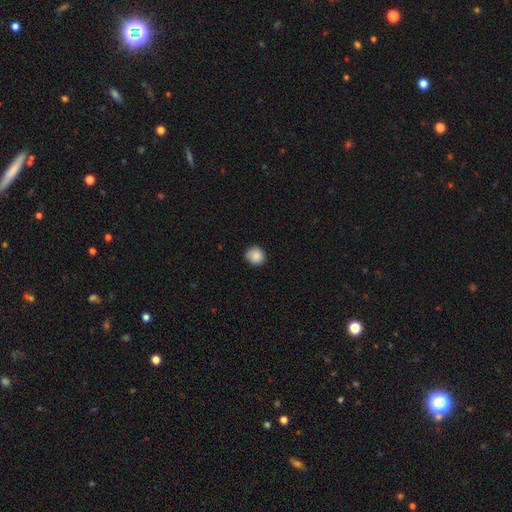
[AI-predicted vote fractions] A smooth galaxy with no disk features (87%) that is round (85%).

Vote fractions:
- Smooth or featured? smooth: 87% / star or artifact: 8% / featured or disk: 5%
- How rounded? round: 85% / in between: 14% / cigar-shaped: 1%
- Merging? none: 81% / minor disturbance: 15% / major disturbance: 2% / merger: 1%